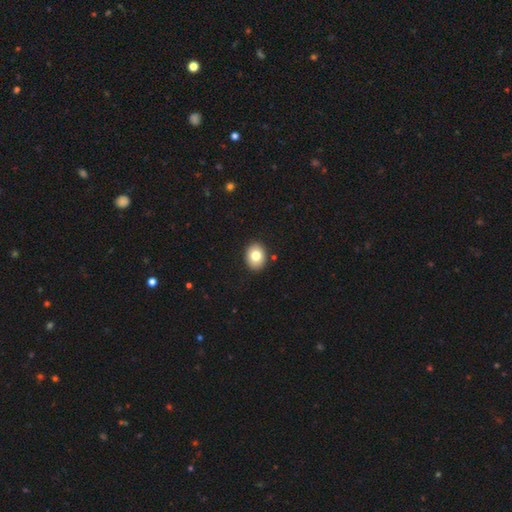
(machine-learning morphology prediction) Smooth or featured? Predicted: smooth (p=0.79). How rounded? Predicted: in between (p=0.54). Merging? Predicted: none (p=0.90).